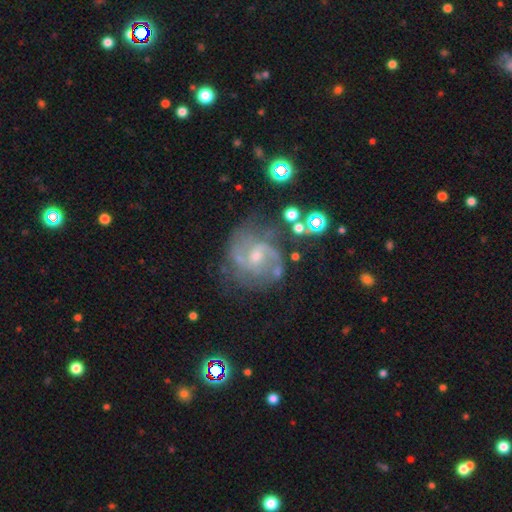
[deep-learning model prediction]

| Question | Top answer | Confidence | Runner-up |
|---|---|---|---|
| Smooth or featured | featured or disk | 84% | star or artifact (8%) |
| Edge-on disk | no | 98% | yes (2%) |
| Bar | weak | 49% | no (42%) |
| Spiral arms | yes | 94% | no (6%) |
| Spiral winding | medium | 54% | tight (24%) |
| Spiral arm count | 2 | 74% | can't tell (12%) |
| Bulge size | small | 52% | moderate (40%) |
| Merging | none | 58% | minor disturbance (22%) |